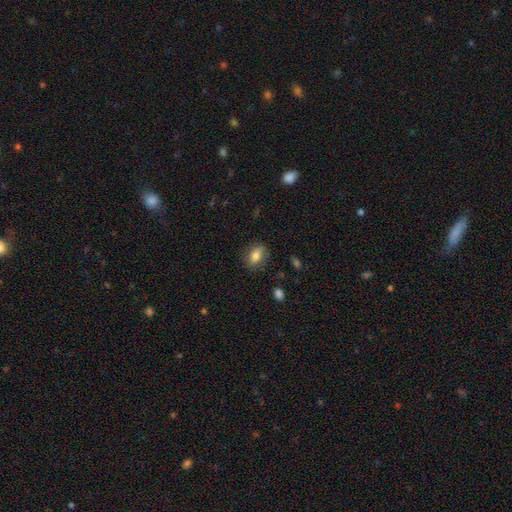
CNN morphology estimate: smooth-or-featured: smooth: 80% | featured or disk: 12% | star or artifact: 8%
  how-rounded: in between: 81% | round: 15% | cigar-shaped: 4%
  merging: none: 80% | minor disturbance: 14% | major disturbance: 4% | merger: 1%